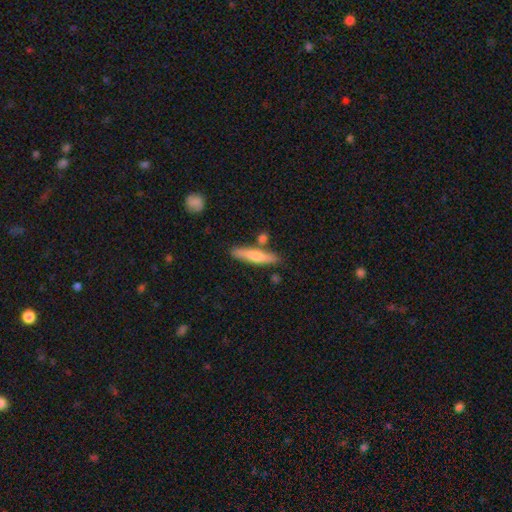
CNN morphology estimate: Smooth or featured: smooth — 65% (featured or disk — 29%)
How rounded: cigar-shaped — 86% (in between — 12%)
Merging: none — 78% (minor disturbance — 11%)